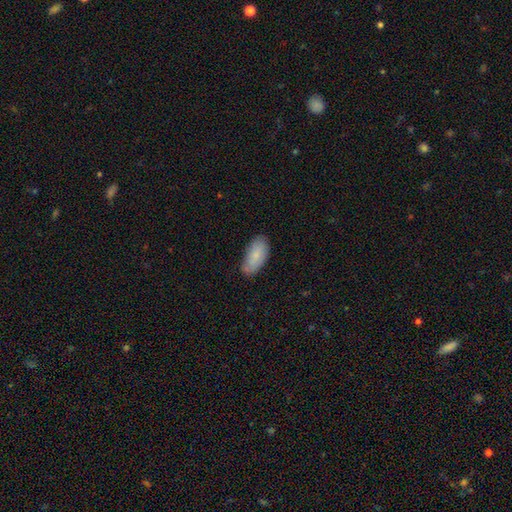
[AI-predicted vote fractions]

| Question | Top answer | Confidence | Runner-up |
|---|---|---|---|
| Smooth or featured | smooth | 84% | featured or disk (10%) |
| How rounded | in between | 91% | cigar-shaped (8%) |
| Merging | none | 70% | minor disturbance (24%) |